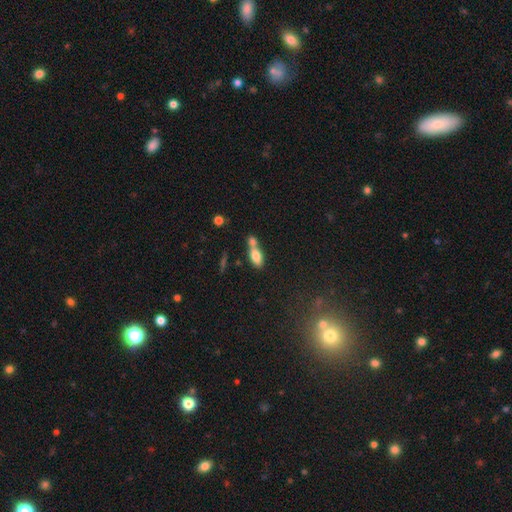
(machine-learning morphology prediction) The model was most divided on "merging": merger: 53%, none: 32%, minor disturbance: 11%, major disturbance: 4%. More confident: how rounded — in between (81%); smooth or featured — smooth (76%).